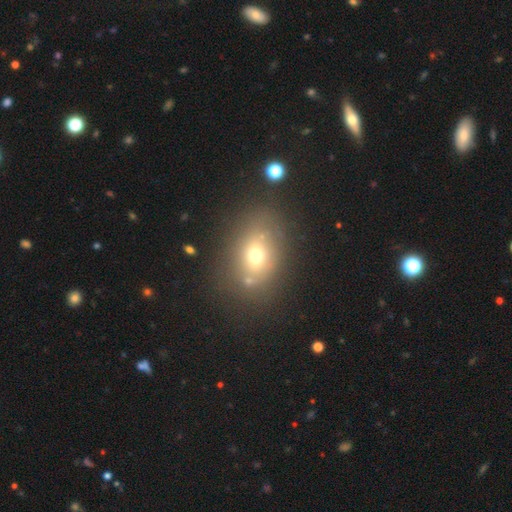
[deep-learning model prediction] This appears to be a smooth galaxy with no disk features (63%) that is in between round and cigar-shaped (66%). Merging: none (70%).